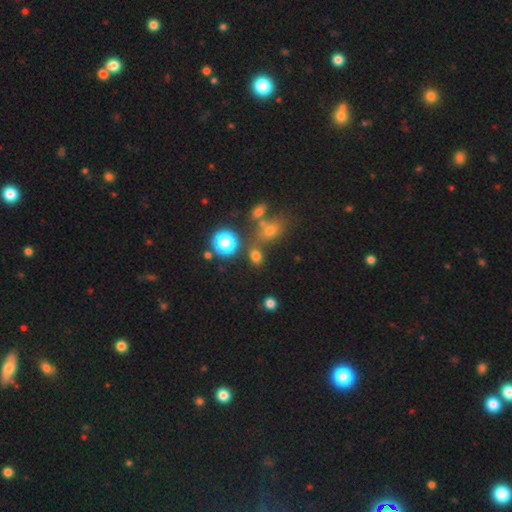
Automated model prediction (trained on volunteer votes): Smooth or featured?
  - smooth: 70% *
  - star or artifact: 22%
  - featured or disk: 8%
How rounded?
  - in between: 51% *
  - round: 47%
  - cigar-shaped: 2%
Merging?
  - none: 68% *
  - merger: 15%
  - minor disturbance: 12%
  - major disturbance: 5%